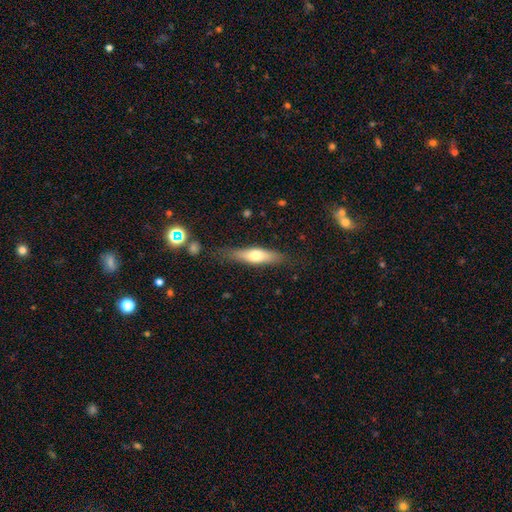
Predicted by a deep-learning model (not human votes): Q: Smooth or featured?
A: smooth (57%); runner-up: featured or disk (37%)
Q: How rounded?
A: cigar-shaped (64%); runner-up: in between (34%)
Q: Merging?
A: none (76%); runner-up: minor disturbance (17%)